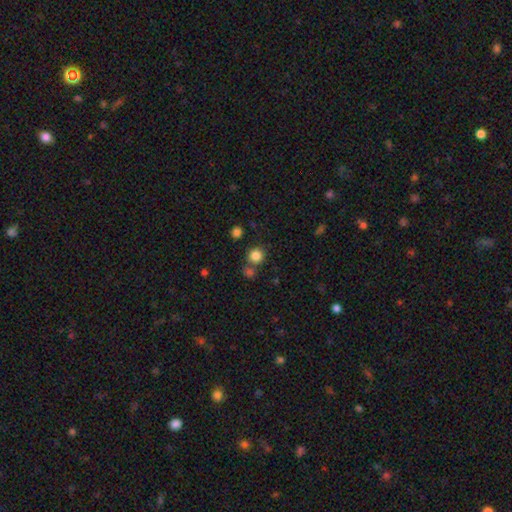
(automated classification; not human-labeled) Smooth or featured?
  - smooth: 83% *
  - star or artifact: 12%
  - featured or disk: 5%
How rounded?
  - round: 91% *
  - in between: 8%
  - cigar-shaped: 1%
Merging?
  - none: 69% *
  - merger: 19%
  - minor disturbance: 8%
  - major disturbance: 3%